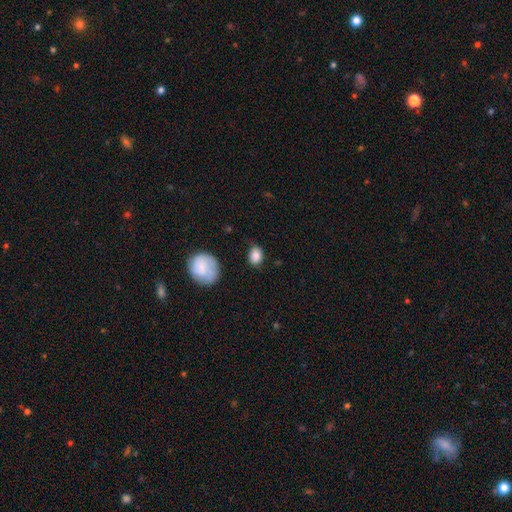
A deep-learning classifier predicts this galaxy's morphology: Q: Smooth or featured?
A: smooth (85%); runner-up: star or artifact (8%)
Q: How rounded?
A: in between (66%); runner-up: round (32%)
Q: Merging?
A: none (76%); runner-up: minor disturbance (17%)